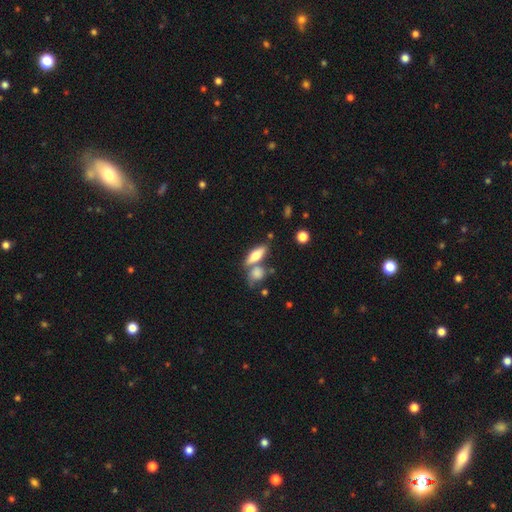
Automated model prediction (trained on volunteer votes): This appears to be a smooth galaxy with no disk features (67%) that is in between round and cigar-shaped (57%). Merging: none (57%).